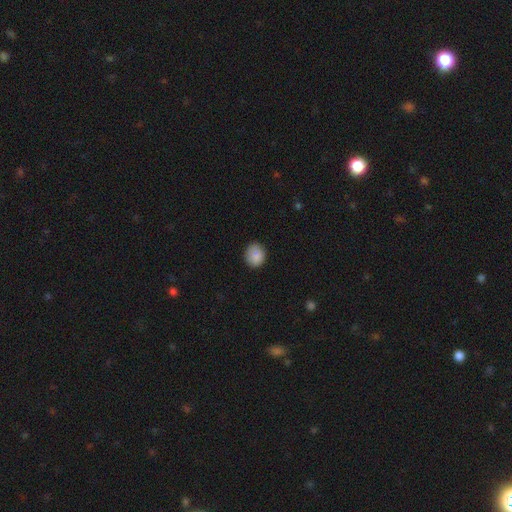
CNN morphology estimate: Smooth or featured? smooth (86%)
How rounded? round (72%)
Merging? none (81%)